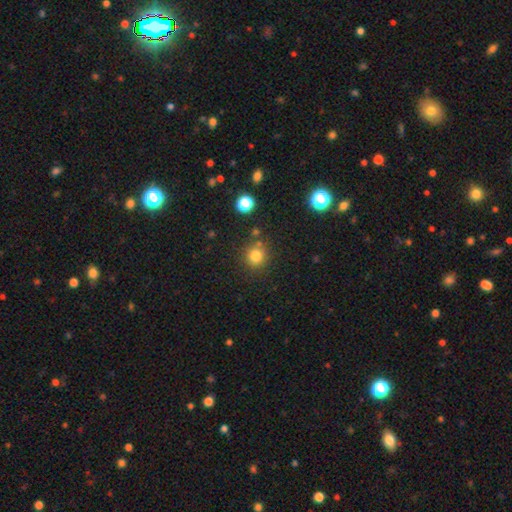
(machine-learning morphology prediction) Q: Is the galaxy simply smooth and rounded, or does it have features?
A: smooth — 80%.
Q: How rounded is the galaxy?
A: round — 91%.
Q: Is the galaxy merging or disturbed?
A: none — 79%.